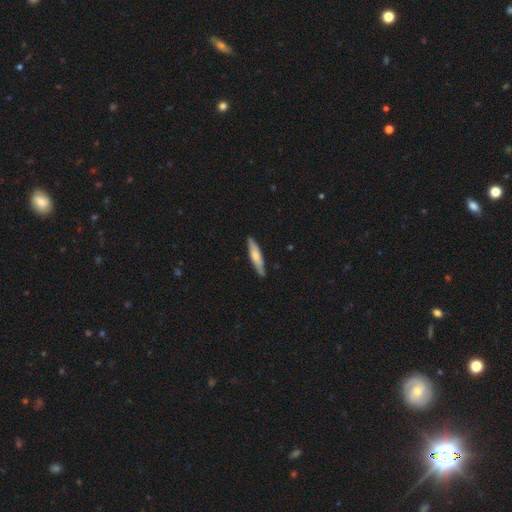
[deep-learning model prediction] Morphology: type=smooth (60%); roundness=cigar-shaped (84%); merging=none (84%).